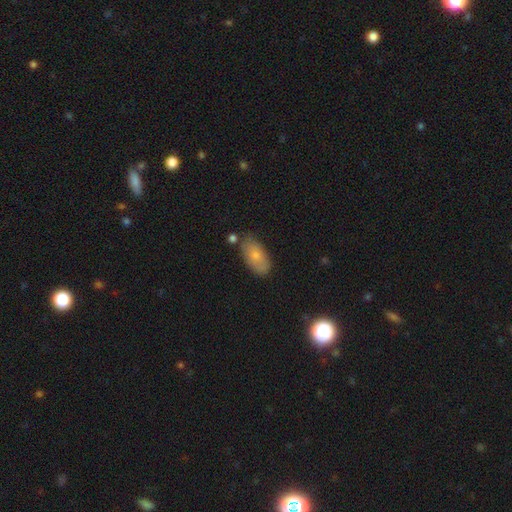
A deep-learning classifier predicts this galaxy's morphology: Overall: smooth (74%). How rounded: in between (93%). Merging: none (68%).